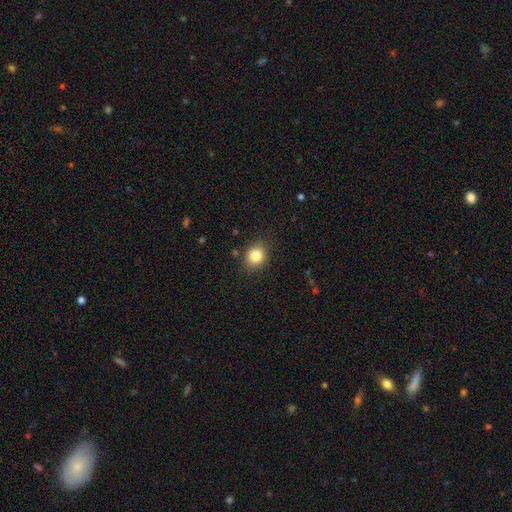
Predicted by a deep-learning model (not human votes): This appears to be a smooth galaxy with no disk features (83%) that is round (70%). Merging: none (86%).